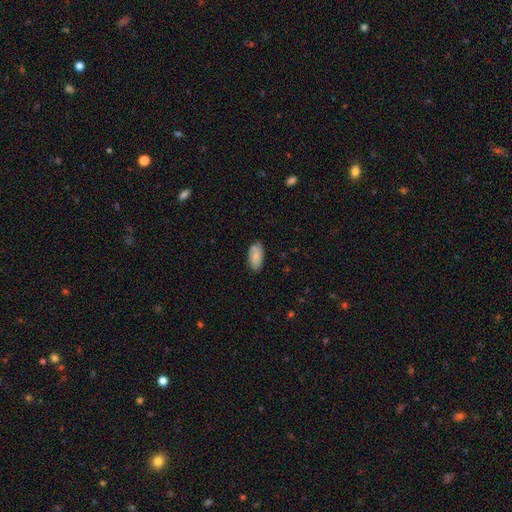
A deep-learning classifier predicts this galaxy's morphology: Smooth or featured? Predicted: smooth (p=0.75). How rounded? Predicted: in between (p=0.93). Merging? Predicted: none (p=0.76).